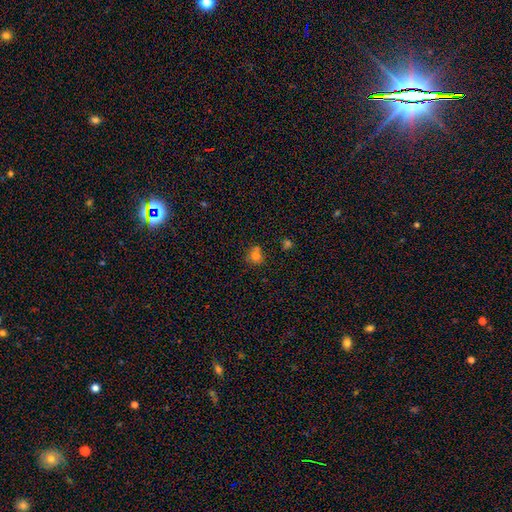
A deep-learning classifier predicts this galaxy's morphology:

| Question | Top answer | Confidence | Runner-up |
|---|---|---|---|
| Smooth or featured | smooth | 75% | star or artifact (15%) |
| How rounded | round | 80% | in between (19%) |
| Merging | none | 61% | minor disturbance (19%) |